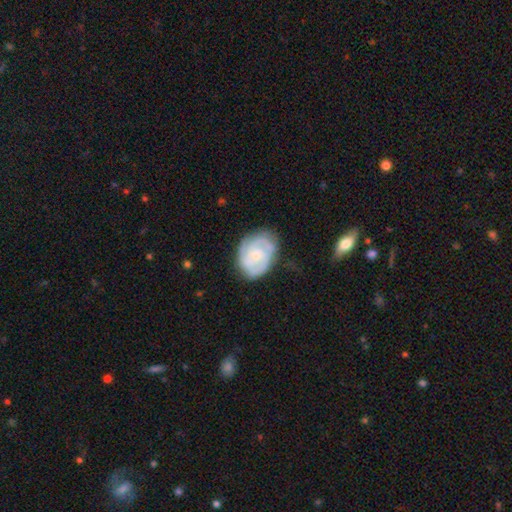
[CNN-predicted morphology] featured or disk 78%, smooth 16%, star or artifact 5%. Down the decision tree: edge-on disk — no (98%); bar — no (71%); spiral arms — yes (94%); spiral arm count — 2 (30%, tied with 3); spiral winding — tight (66%); bulge size — small (64%); merging — none (72%).